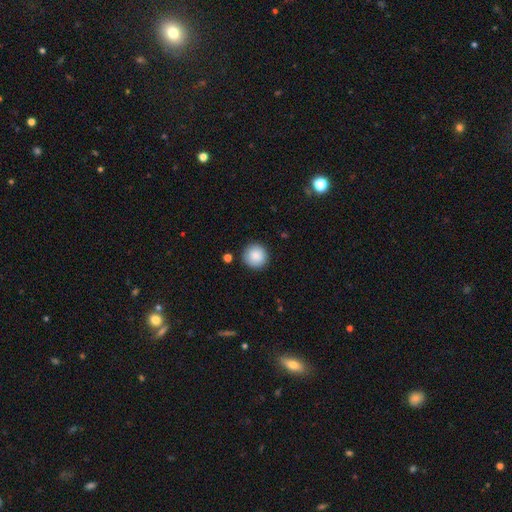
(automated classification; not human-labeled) Smooth or featured? Predicted: smooth (p=0.88). How rounded? Predicted: round (p=0.95). Merging? Predicted: none (p=0.90).